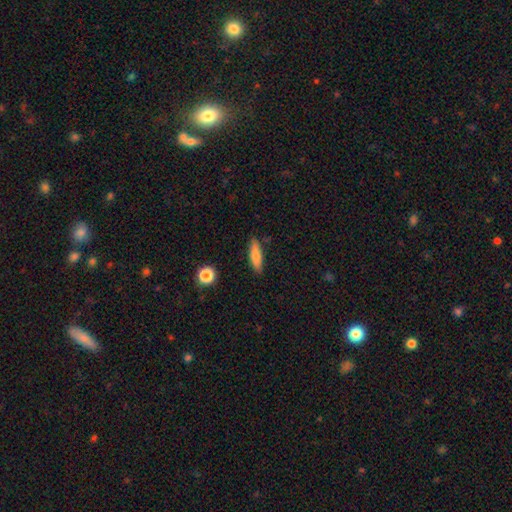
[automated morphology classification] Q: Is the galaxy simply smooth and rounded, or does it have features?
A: smooth — 78%.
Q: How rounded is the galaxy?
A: cigar-shaped — 59%.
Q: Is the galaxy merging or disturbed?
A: none — 86%.